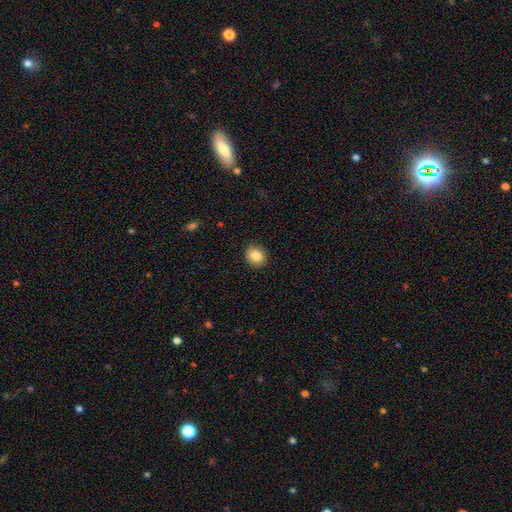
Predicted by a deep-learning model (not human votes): Morphology: type=smooth (86%); roundness=round (68%); merging=none (90%).